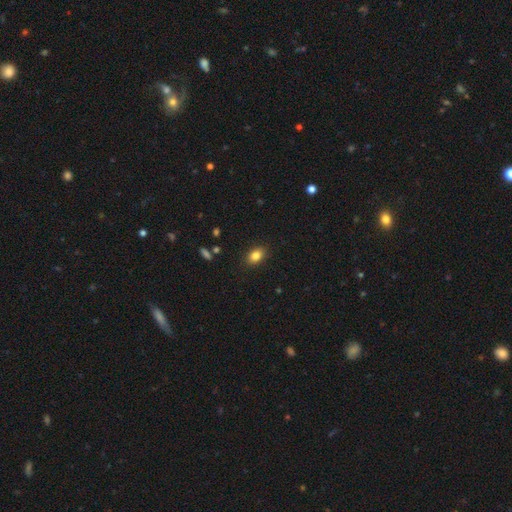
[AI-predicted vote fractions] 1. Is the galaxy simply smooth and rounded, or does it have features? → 83% smooth, 9% star or artifact, 7% featured or disk.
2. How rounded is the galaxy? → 80% in between, 18% round, 2% cigar-shaped.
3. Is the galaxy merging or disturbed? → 87% none, 9% minor disturbance, 2% major disturbance, 1% merger.